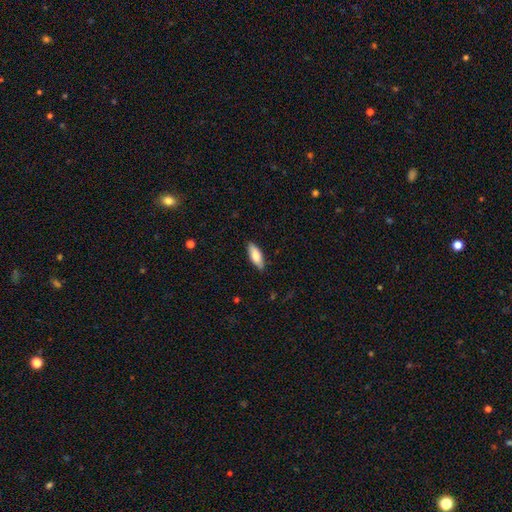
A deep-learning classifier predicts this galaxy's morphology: Q: Smooth or featured?
A: smooth (78%); runner-up: featured or disk (16%)
Q: How rounded?
A: in between (71%); runner-up: cigar-shaped (27%)
Q: Merging?
A: none (86%); runner-up: minor disturbance (11%)